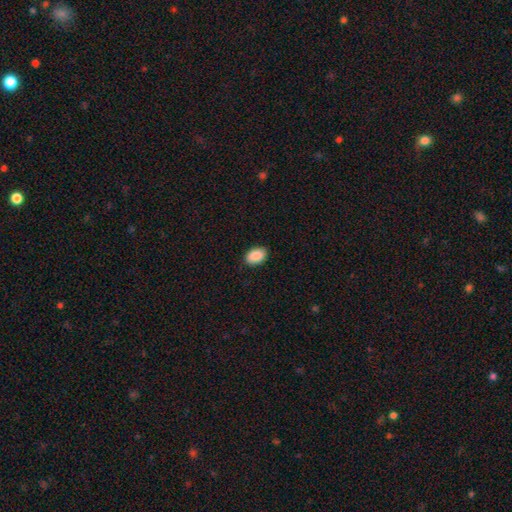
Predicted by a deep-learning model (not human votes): Smooth or featured?
  - smooth: 89% *
  - star or artifact: 7%
  - featured or disk: 4%
How rounded?
  - in between: 87% *
  - round: 12%
  - cigar-shaped: 1%
Merging?
  - none: 87% *
  - minor disturbance: 10%
  - major disturbance: 2%
  - merger: 1%